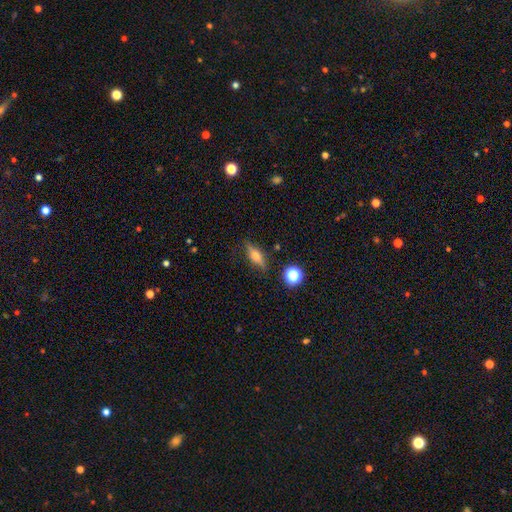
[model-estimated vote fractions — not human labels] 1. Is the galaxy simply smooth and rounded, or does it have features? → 53% smooth, 36% featured or disk, 11% star or artifact.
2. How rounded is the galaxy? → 48% in between, 45% cigar-shaped, 7% round.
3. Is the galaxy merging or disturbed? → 82% none, 12% minor disturbance, 3% major disturbance, 2% merger.